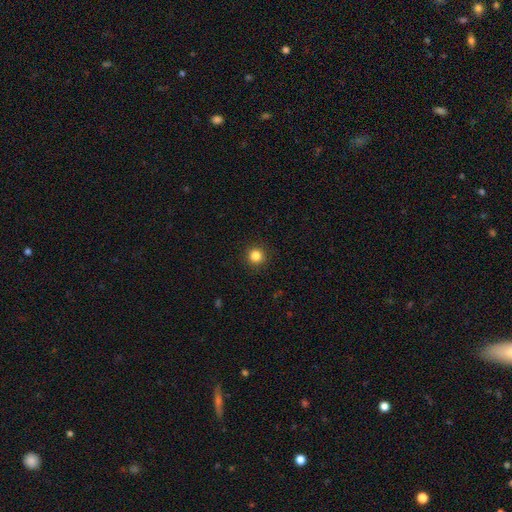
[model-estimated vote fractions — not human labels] This appears to be a smooth galaxy with no disk features (83%) that is round (95%). Merging: none (92%).